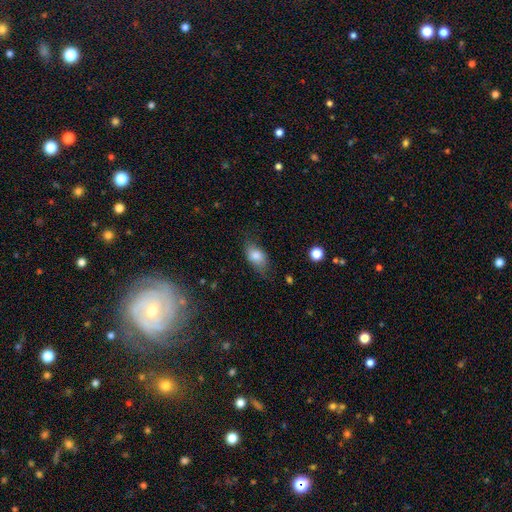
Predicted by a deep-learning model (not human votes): Smooth or featured? Predicted: smooth (p=0.80). How rounded? Predicted: in between (p=0.87). Merging? Predicted: none (p=0.66).